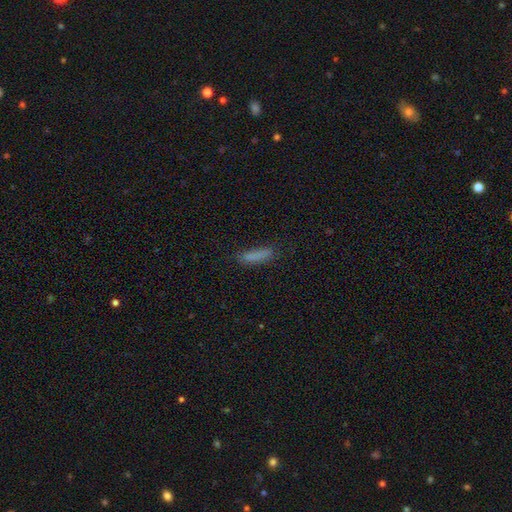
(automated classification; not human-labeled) smooth_or_featured: smooth (p=0.81) [alt: star or artifact p=0.10]
how_rounded: cigar-shaped (p=0.76) [alt: in between p=0.23]
merging: none (p=0.75) [alt: minor disturbance p=0.18]